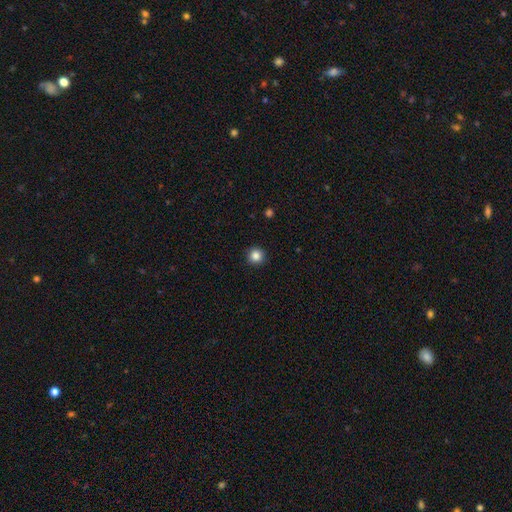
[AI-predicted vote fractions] Overall: smooth (85%). How rounded: round (96%). Merging: none (93%).